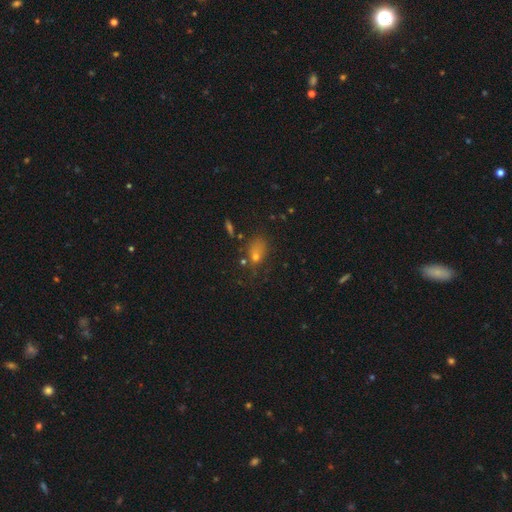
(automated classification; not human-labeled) This appears to be a smooth galaxy with no disk features (61%) that is in between round and cigar-shaped (67%). Merging: none (53%).